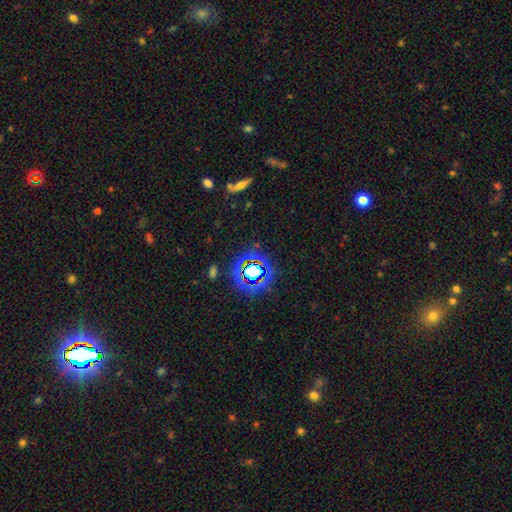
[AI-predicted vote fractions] smooth_or_featured: star or artifact (p=0.71) [alt: smooth p=0.18]